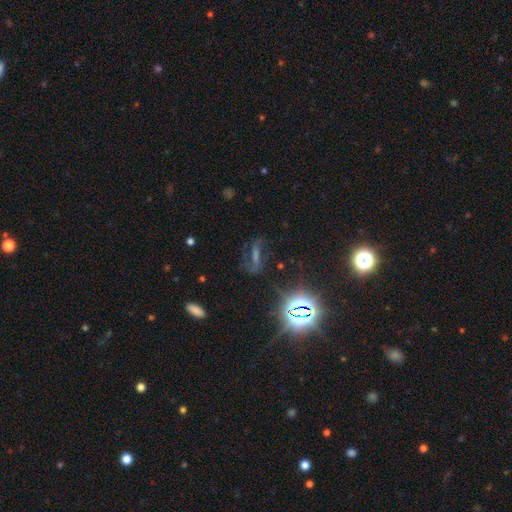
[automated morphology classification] A featured or disk galaxy (44%). Merging: none (68%).